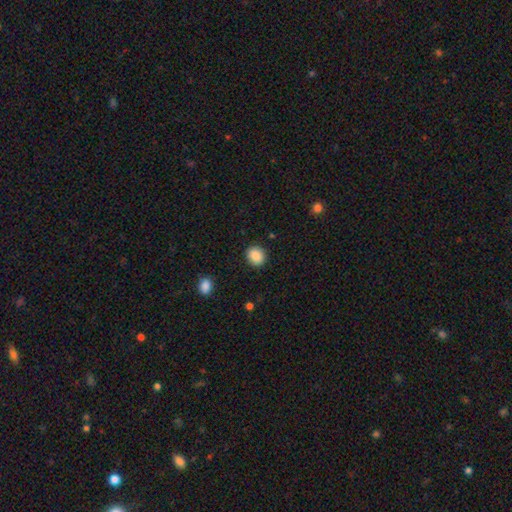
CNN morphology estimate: smooth 89%, star or artifact 8%, featured or disk 3%. Down the decision tree: how rounded — round (76%); merging — none (89%).